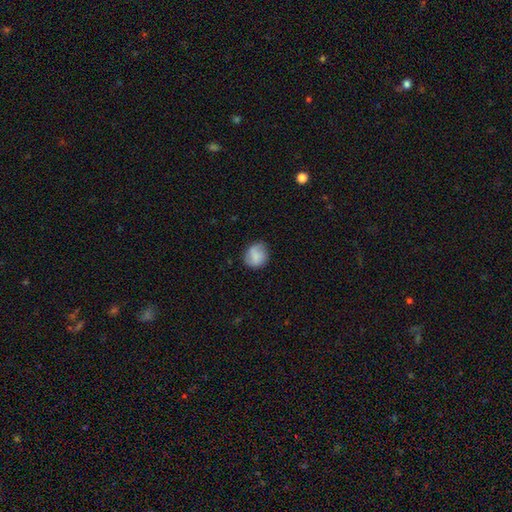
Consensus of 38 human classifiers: A smooth galaxy with no disk features (71%) that is round (78%). Merging: none (69%).